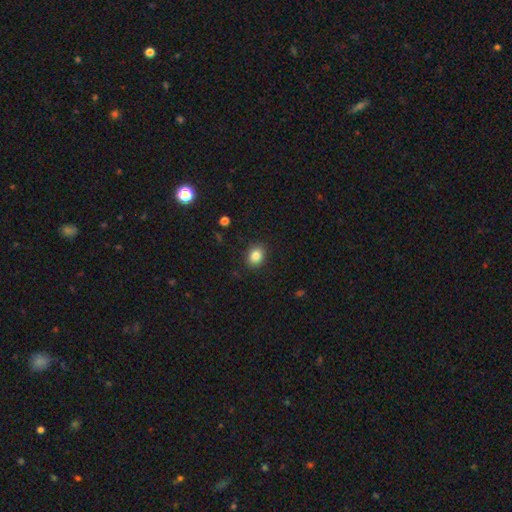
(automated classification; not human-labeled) smooth-or-featured: smooth: 85% | star or artifact: 10% | featured or disk: 5%
  how-rounded: round: 53% | in between: 46% | cigar-shaped: 1%
  merging: none: 89% | minor disturbance: 8% | major disturbance: 2% | merger: 1%